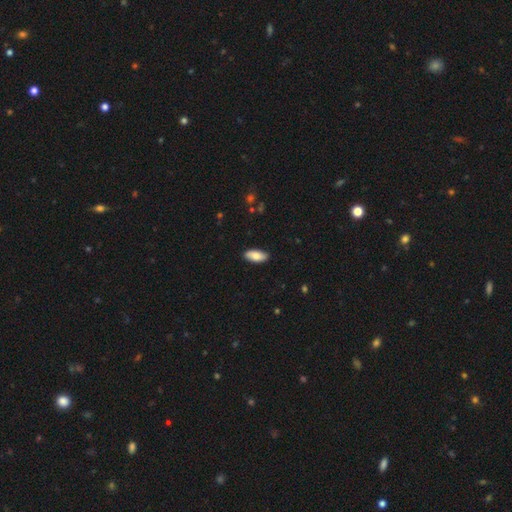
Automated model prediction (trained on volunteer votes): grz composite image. It shows a smooth galaxy with no disk features (85%) that is in between round and cigar-shaped (88%). Merging: none (88%).